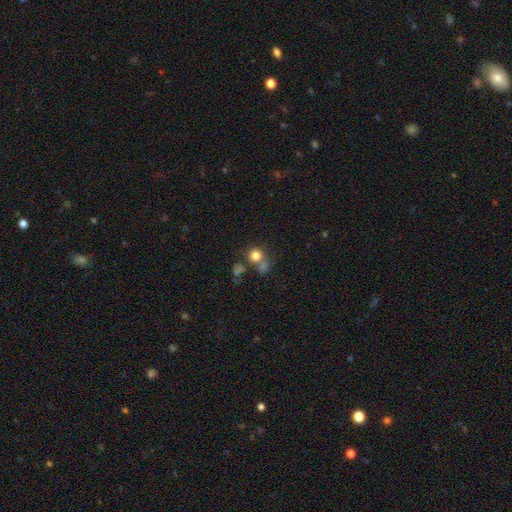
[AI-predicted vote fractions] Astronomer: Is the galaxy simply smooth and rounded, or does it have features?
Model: smooth — 78%.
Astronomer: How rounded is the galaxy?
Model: round — 87%.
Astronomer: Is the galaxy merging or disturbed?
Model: none — 55%.